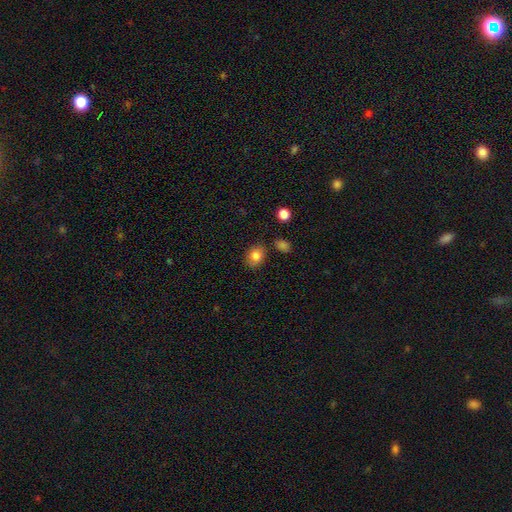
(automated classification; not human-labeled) smooth_or_featured: smooth (p=0.83) [alt: star or artifact p=0.10]
how_rounded: in between (p=0.50) [alt: round p=0.49]
merging: none (p=0.76) [alt: minor disturbance p=0.16]